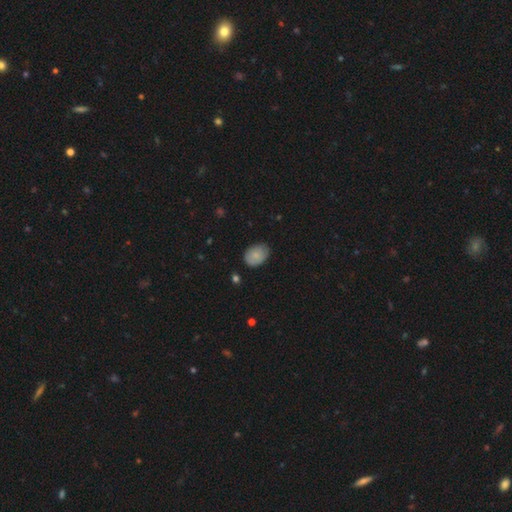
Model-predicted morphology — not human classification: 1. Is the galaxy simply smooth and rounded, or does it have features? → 82% smooth, 10% featured or disk, 8% star or artifact.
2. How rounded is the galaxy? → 78% in between, 21% round, 1% cigar-shaped.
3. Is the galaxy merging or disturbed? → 74% none, 21% minor disturbance, 3% major disturbance, 1% merger.